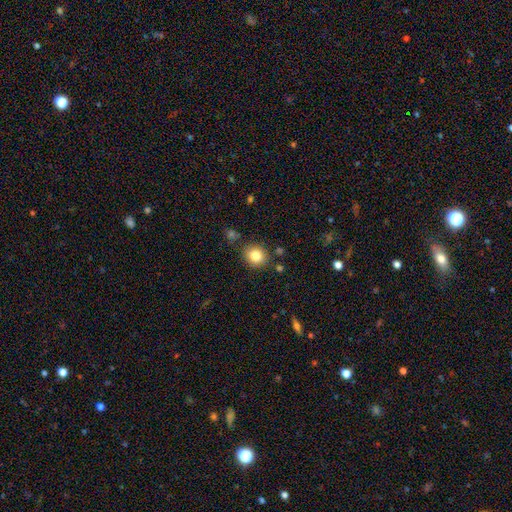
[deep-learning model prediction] Smooth or featured? smooth (83%)
How rounded? round (81%)
Merging? none (85%)